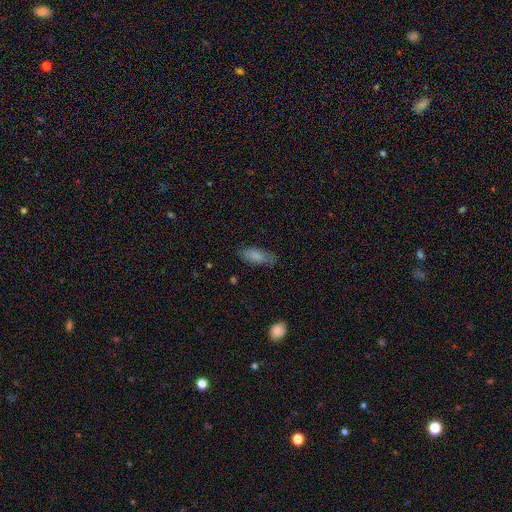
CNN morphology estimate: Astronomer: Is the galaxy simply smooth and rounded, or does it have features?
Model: smooth — 83%.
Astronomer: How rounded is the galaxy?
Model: in between — 69%.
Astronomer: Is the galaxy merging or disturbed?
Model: none — 75%.